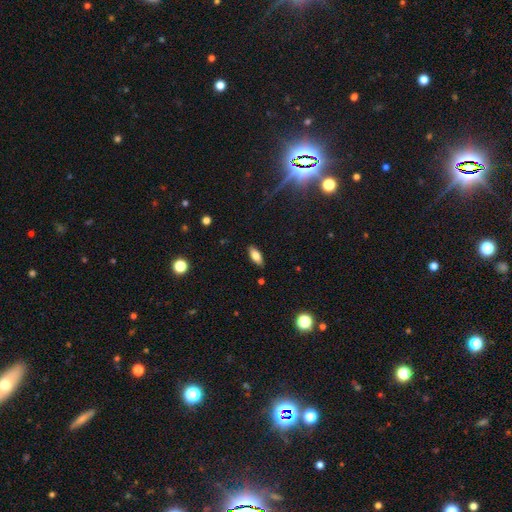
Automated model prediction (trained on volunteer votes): A smooth galaxy with no disk features (76%) that is in between round and cigar-shaped (81%). Merging: none (88%).